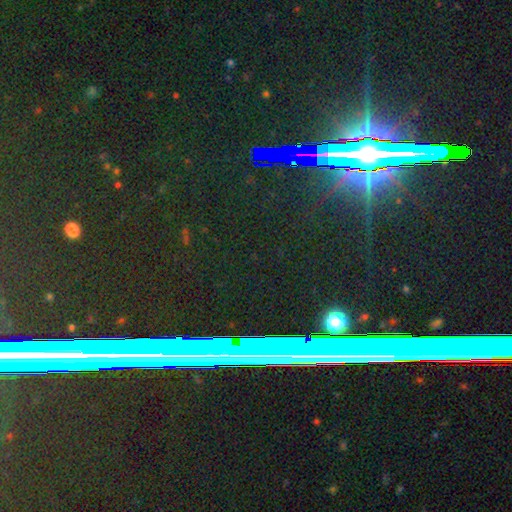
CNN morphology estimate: A star or artifact, not a galaxy (83%).

Vote fractions:
- Smooth or featured? star or artifact: 83% / featured or disk: 9% / smooth: 8%